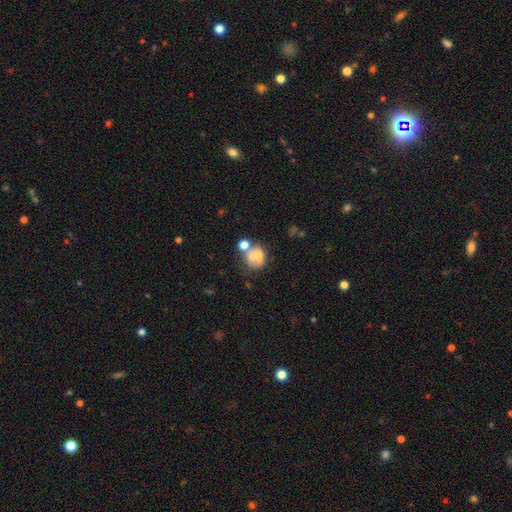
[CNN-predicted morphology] Overall: smooth (53%; featured or disk 35%). How rounded: round (60%; in between 39%). Merging: merger (47%; none 29%).